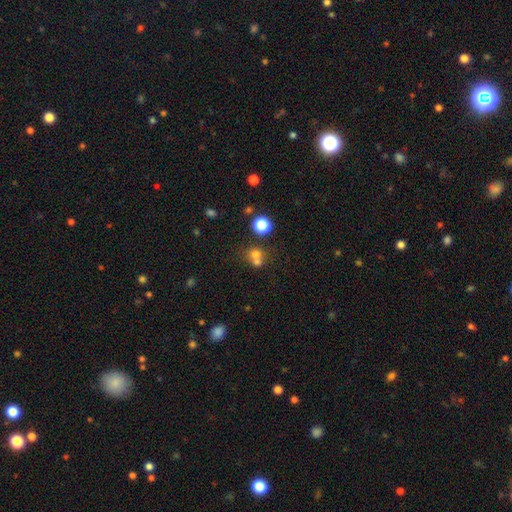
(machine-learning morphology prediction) Smooth or featured? smooth (68%)
How rounded? round (81%)
Merging? merger (52%)